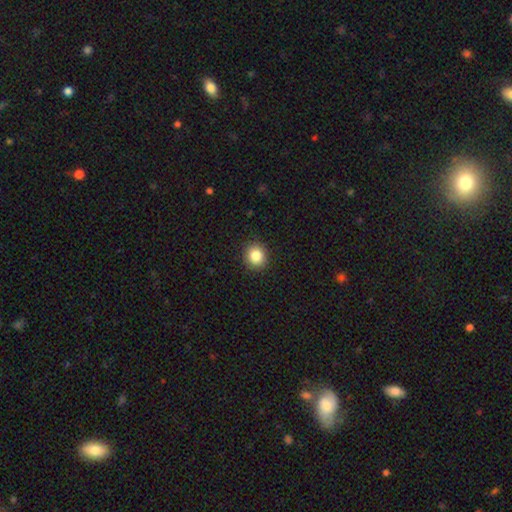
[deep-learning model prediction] Overall: smooth (85%). How rounded: round (86%). Merging: none (91%).